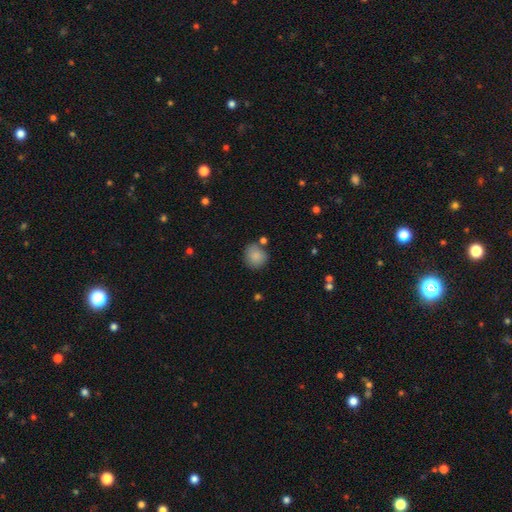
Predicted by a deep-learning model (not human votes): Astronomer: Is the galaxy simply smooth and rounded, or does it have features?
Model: smooth — 86%.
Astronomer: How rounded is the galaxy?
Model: round — 87%.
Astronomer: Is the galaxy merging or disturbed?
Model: none — 75%.